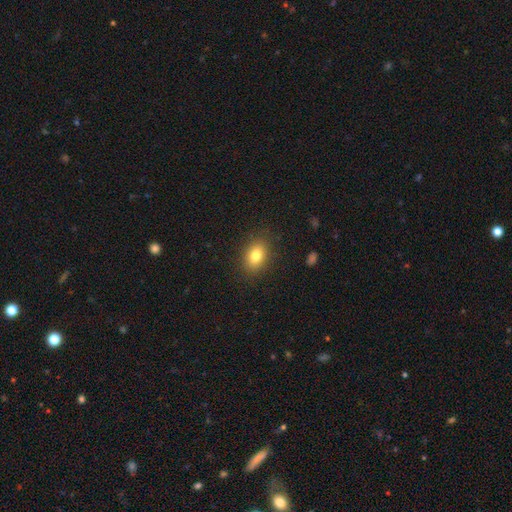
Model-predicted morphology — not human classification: A smooth galaxy with no disk features (81%) that is in between round and cigar-shaped (80%). Merging: none (87%).